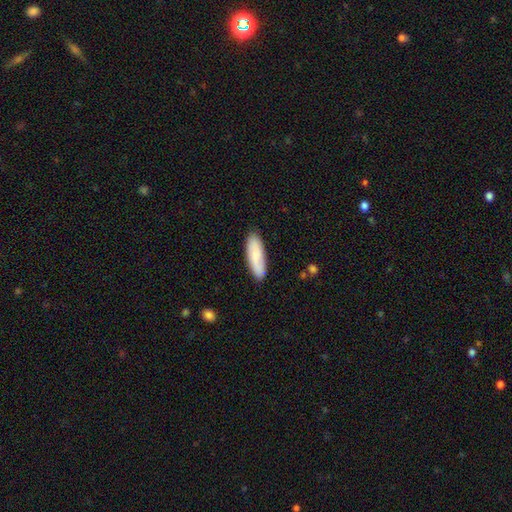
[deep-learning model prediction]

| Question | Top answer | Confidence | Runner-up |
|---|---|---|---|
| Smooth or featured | smooth | 76% | featured or disk (19%) |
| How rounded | in between | 53% | cigar-shaped (46%) |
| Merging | none | 85% | minor disturbance (11%) |